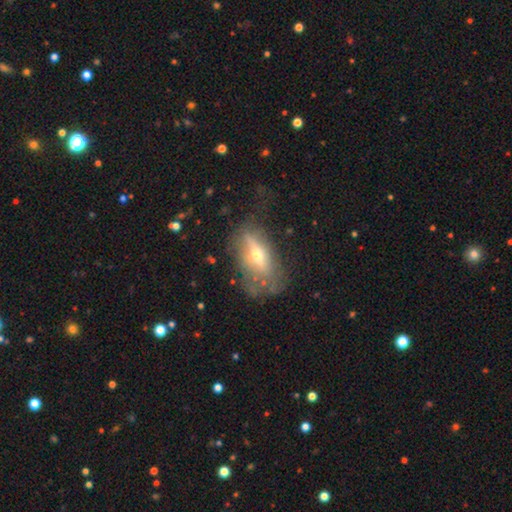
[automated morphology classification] This appears to be a featured or disk galaxy (52%). Merging: none (45%).